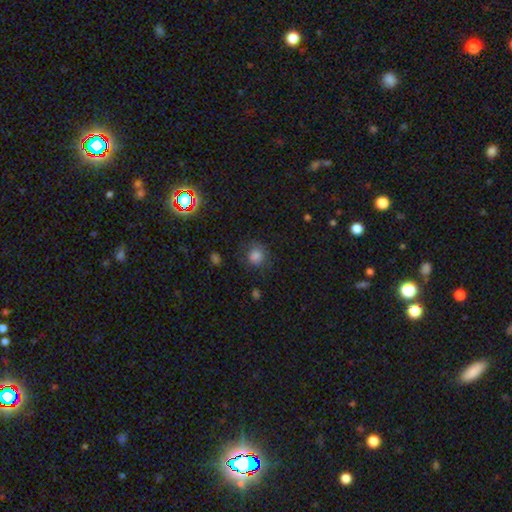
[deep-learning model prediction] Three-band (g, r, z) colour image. It shows a smooth galaxy with no disk features (79%) that is round (88%). Merging: none (76%).